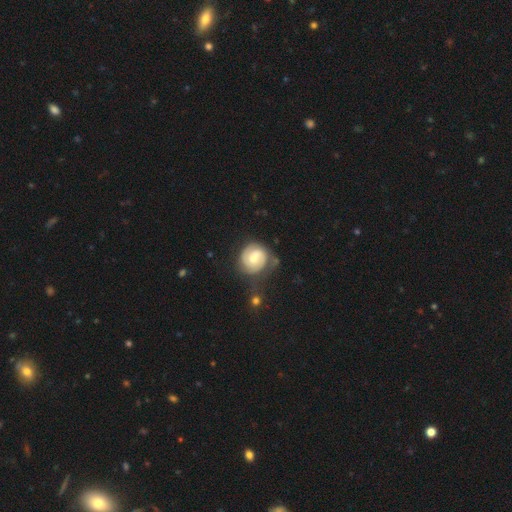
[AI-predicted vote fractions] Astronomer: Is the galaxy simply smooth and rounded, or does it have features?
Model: featured or disk — 64%.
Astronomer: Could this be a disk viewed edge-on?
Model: no — 98%.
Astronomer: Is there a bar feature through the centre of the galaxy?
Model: weak — 55% (runner-up: no, 30%).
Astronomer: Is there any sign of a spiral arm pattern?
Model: yes — 89%.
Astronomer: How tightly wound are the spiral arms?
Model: tight — 54% (runner-up: medium, 34%).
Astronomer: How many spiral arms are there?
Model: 2 — 69%.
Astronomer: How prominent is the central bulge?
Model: moderate — 55%.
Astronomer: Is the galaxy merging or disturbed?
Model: none — 56%.